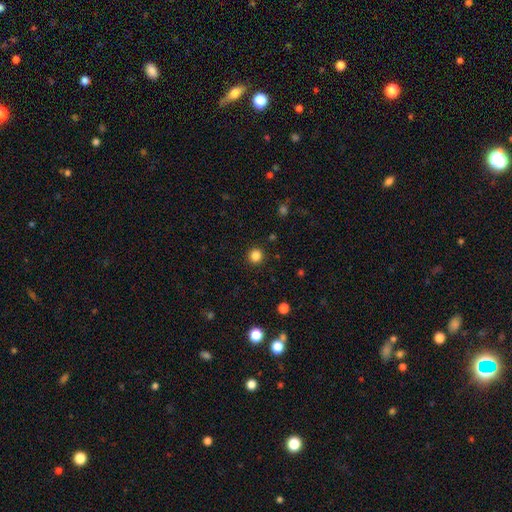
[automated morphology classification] Smooth or featured?
  - smooth: 84% *
  - star or artifact: 12%
  - featured or disk: 4%
How rounded?
  - round: 92% *
  - in between: 8%
  - cigar-shaped: 1%
Merging?
  - none: 92% *
  - minor disturbance: 5%
  - major disturbance: 2%
  - merger: 1%